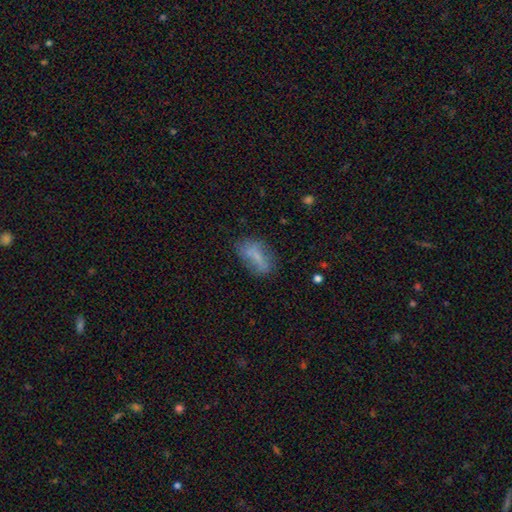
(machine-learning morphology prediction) smooth_or_featured: smooth (p=0.60) [alt: featured or disk p=0.30]
how_rounded: in between (p=0.83) [alt: cigar-shaped p=0.10]
merging: none (p=0.56) [alt: minor disturbance p=0.25]